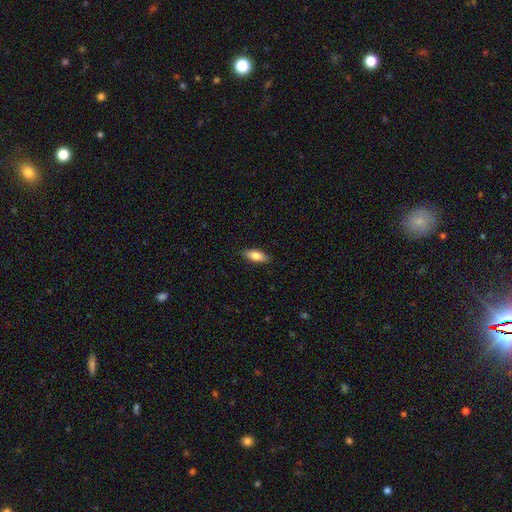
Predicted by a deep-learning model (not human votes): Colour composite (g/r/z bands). It shows a smooth galaxy with no disk features (79%) that is in between round and cigar-shaped (75%). Merging: none (87%).